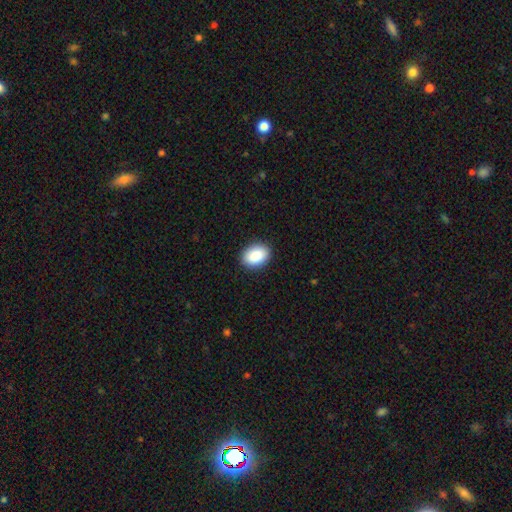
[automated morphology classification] This is clearly a smooth galaxy (90%). How rounded: clearly in between (81%). Merging: clearly none (90%).